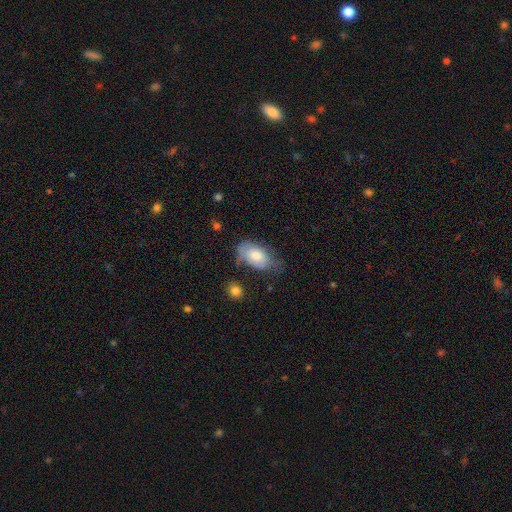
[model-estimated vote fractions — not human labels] Q: Smooth or featured?
A: smooth (71%); runner-up: featured or disk (23%)
Q: How rounded?
A: in between (93%); runner-up: round (5%)
Q: Merging?
A: none (43%); runner-up: minor disturbance (37%)